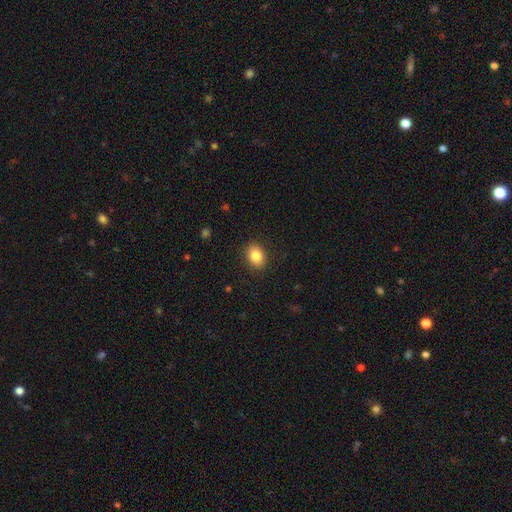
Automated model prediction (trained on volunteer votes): A smooth galaxy with no disk features (85%) that is in between round and cigar-shaped (71%).

Vote fractions:
- Smooth or featured? smooth: 85% / star or artifact: 8% / featured or disk: 6%
- How rounded? in between: 71% / round: 28% / cigar-shaped: 1%
- Merging? none: 88% / minor disturbance: 8% / major disturbance: 3% / merger: 1%